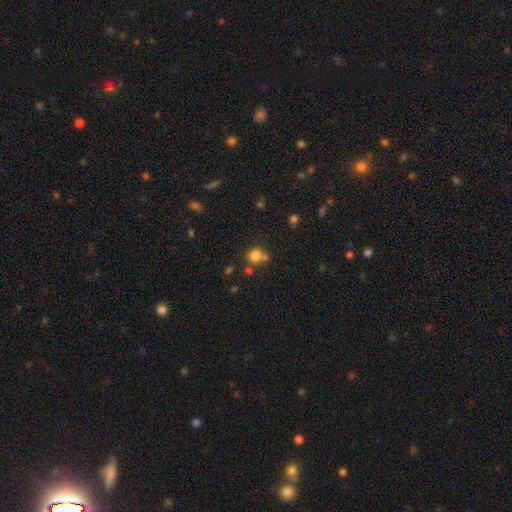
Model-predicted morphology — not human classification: Q: Smooth or featured?
A: smooth (77%); runner-up: star or artifact (15%)
Q: How rounded?
A: round (88%); runner-up: in between (11%)
Q: Merging?
A: none (61%); runner-up: merger (26%)